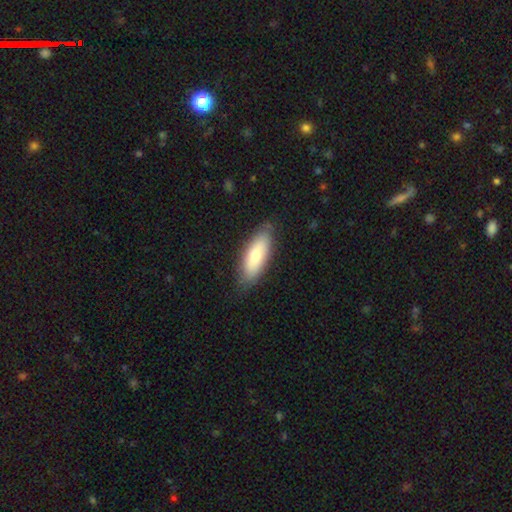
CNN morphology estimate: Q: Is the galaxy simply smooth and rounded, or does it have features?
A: smooth — 72%.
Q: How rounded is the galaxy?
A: in between — 72%.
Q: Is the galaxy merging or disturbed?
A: none — 81%.